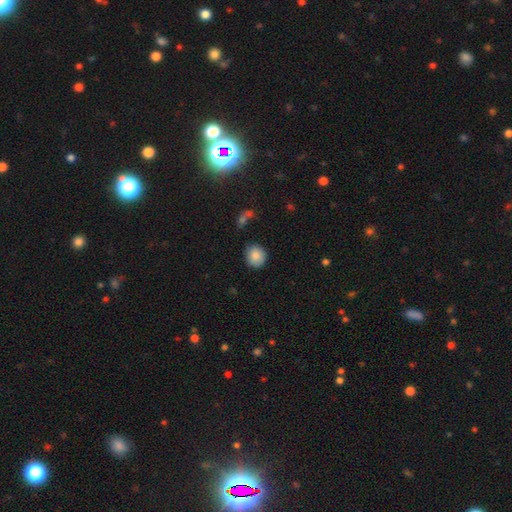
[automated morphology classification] A smooth galaxy with no disk features (85%) that is round (82%). Merging: none (79%).